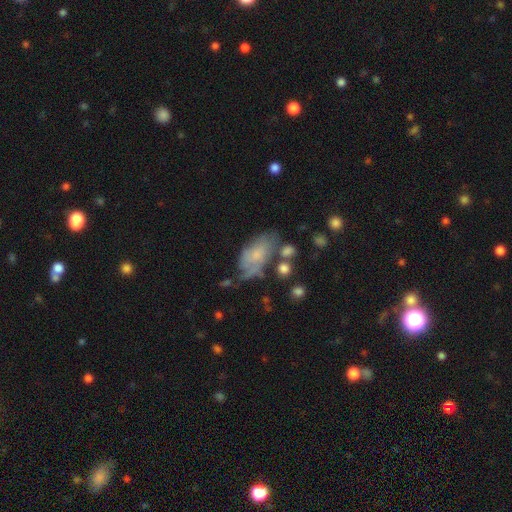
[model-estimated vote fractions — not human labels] Smooth or featured? smooth (52%)
How rounded? in between (91%)
Merging? none (38%)